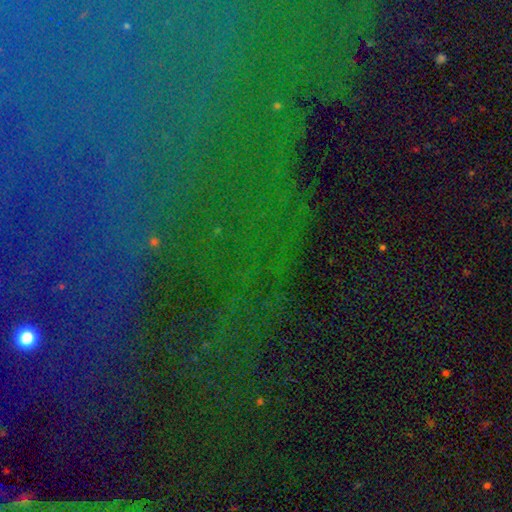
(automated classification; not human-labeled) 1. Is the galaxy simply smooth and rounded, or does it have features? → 81% star or artifact, 10% featured or disk, 9% smooth.